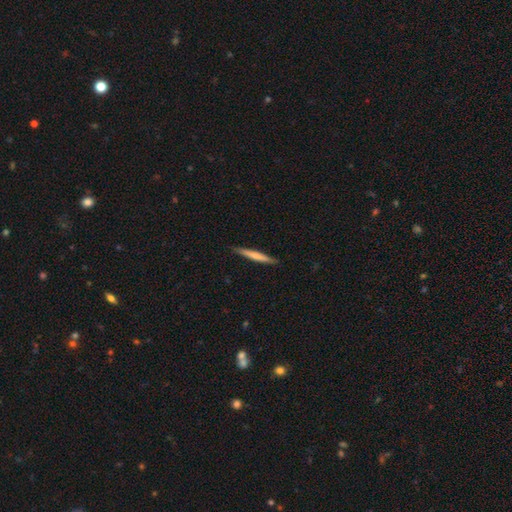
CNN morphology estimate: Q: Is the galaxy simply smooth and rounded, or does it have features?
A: smooth — 61%.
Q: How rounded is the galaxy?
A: cigar-shaped — 96%.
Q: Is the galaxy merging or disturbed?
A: none — 89%.